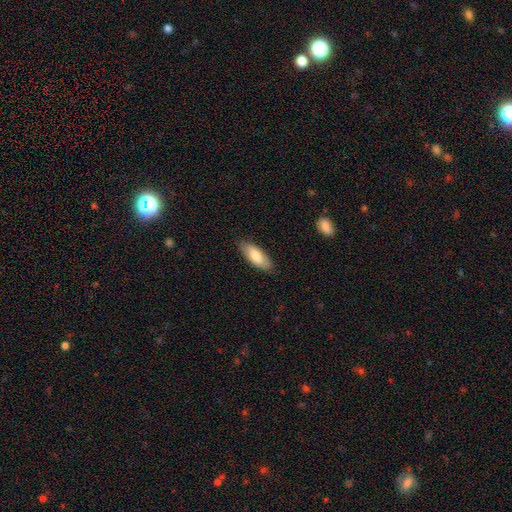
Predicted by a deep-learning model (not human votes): This appears to be a smooth galaxy with no disk features (80%) that is in between round and cigar-shaped (75%). Merging: none (84%).